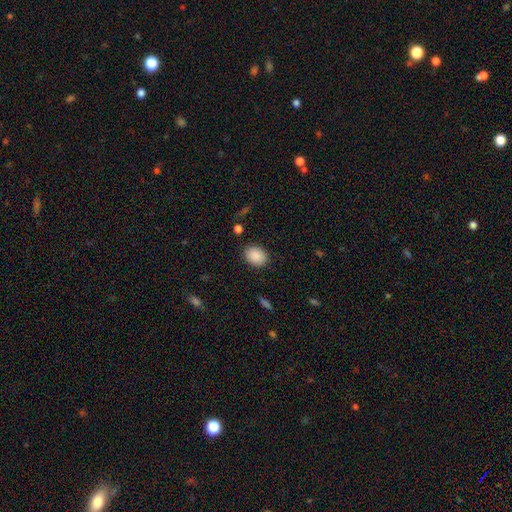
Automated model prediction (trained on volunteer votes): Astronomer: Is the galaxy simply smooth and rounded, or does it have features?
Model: smooth — 89%.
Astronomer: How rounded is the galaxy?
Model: in between — 55% (runner-up: round, 44%).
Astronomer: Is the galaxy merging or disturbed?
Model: none — 87%.